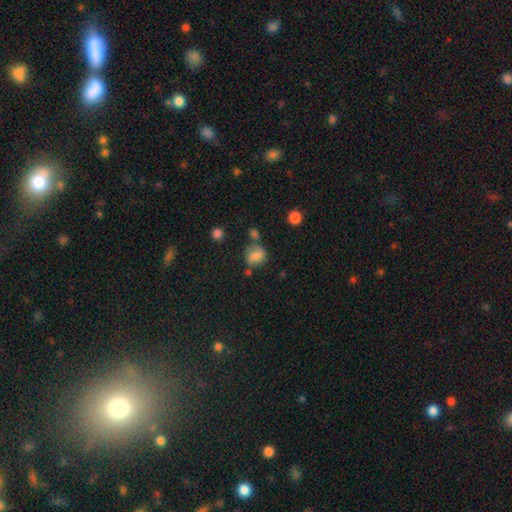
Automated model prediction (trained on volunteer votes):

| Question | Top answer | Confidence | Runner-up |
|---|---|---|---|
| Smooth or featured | smooth | 72% | featured or disk (16%) |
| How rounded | round | 70% | in between (29%) |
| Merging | none | 59% | minor disturbance (20%) |